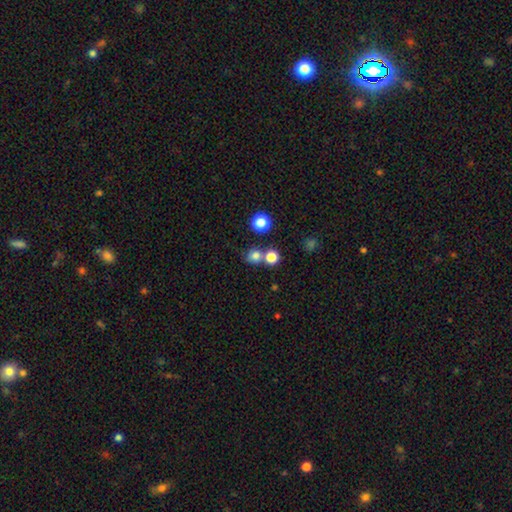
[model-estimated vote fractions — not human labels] Smooth or featured? smooth (76%)
How rounded? round (82%)
Merging? none (61%)